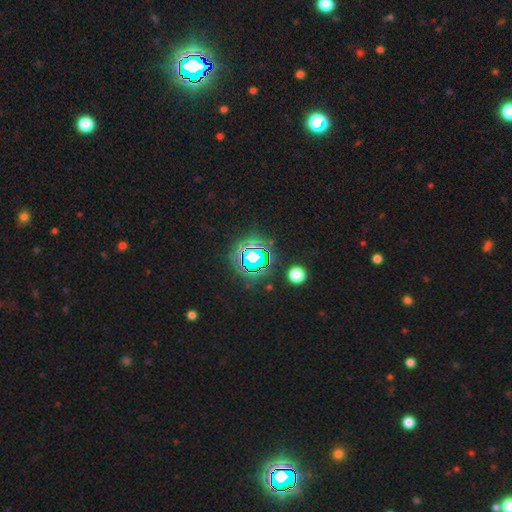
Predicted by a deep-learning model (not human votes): This appears to be a star or artifact, not a galaxy (72%).